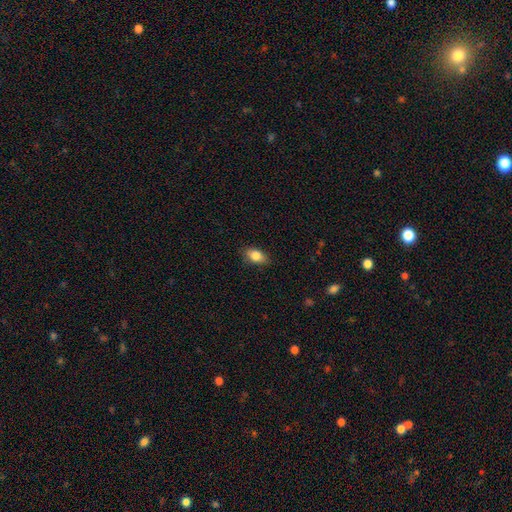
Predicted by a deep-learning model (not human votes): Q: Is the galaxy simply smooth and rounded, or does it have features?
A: smooth — 83%.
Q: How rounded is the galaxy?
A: in between — 86%.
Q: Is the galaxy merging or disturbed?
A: none — 83%.